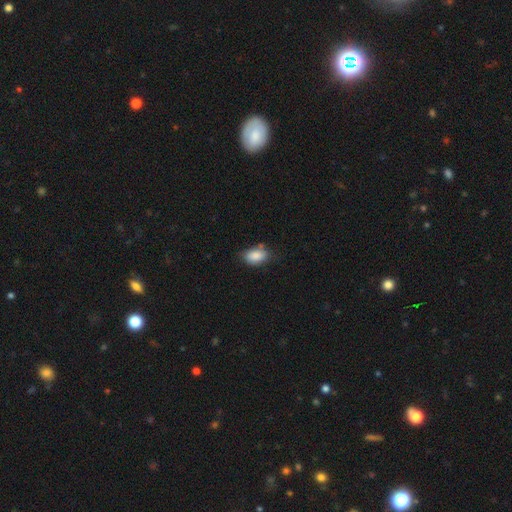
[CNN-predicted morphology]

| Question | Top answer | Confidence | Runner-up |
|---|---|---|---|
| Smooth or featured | smooth | 86% | star or artifact (7%) |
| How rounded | in between | 88% | round (10%) |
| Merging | none | 65% | minor disturbance (25%) |